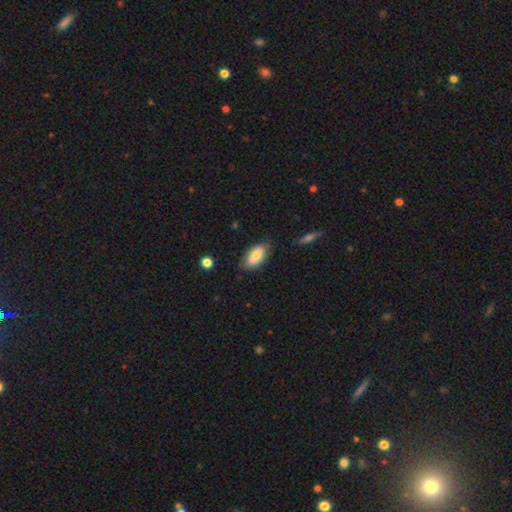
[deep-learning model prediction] Q: Smooth or featured?
A: smooth (81%); runner-up: featured or disk (13%)
Q: How rounded?
A: in between (93%); runner-up: cigar-shaped (4%)
Q: Merging?
A: none (72%); runner-up: minor disturbance (22%)